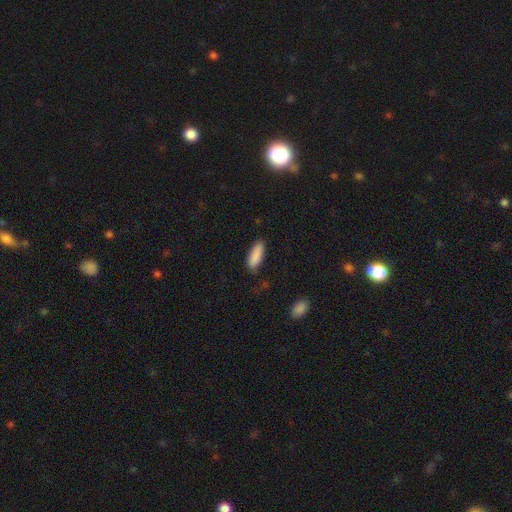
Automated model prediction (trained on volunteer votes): This appears to be a smooth galaxy with no disk features (90%) that is in between round and cigar-shaped (71%). Merging: none (83%).